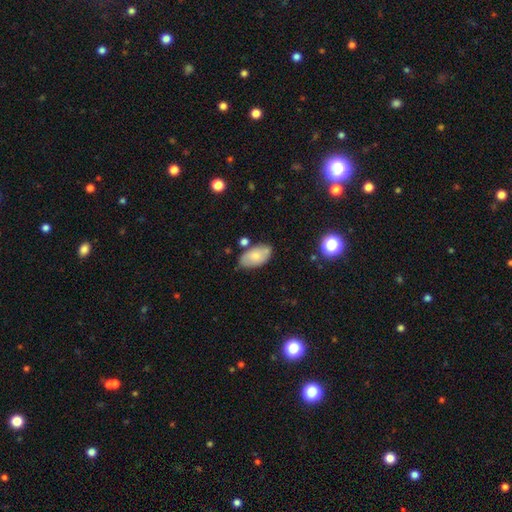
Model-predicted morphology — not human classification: Smooth or featured: smooth — 73% (featured or disk — 20%)
How rounded: in between — 94% (round — 4%)
Merging: none — 71% (minor disturbance — 19%)